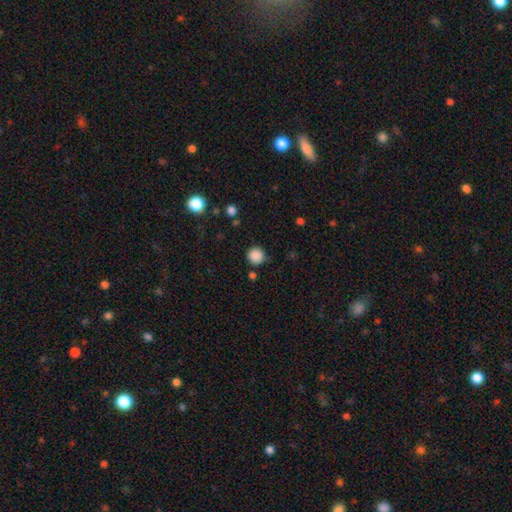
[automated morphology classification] This is clearly a smooth galaxy (86%). How rounded: clearly round (94%). Merging: clearly none (84%).